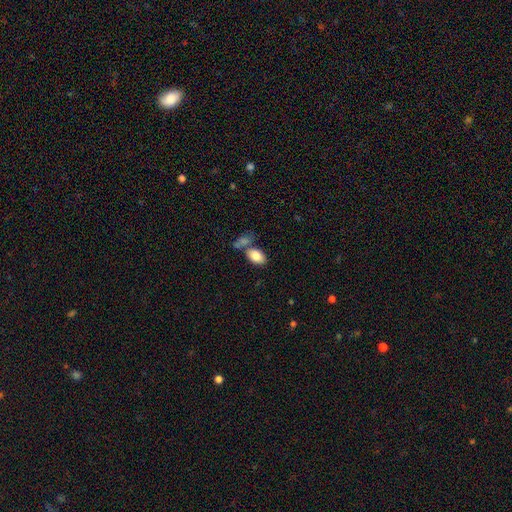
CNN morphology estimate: The model was most divided on "merging": none: 55%, merger: 27%, minor disturbance: 13%, major disturbance: 5%. More confident: how rounded — in between (91%); smooth or featured — smooth (83%).